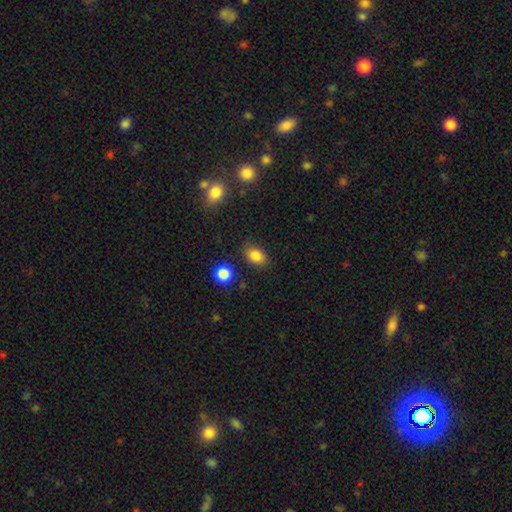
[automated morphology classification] This appears to be a smooth galaxy with no disk features (84%) that is in between round and cigar-shaped (78%). Merging: none (83%).